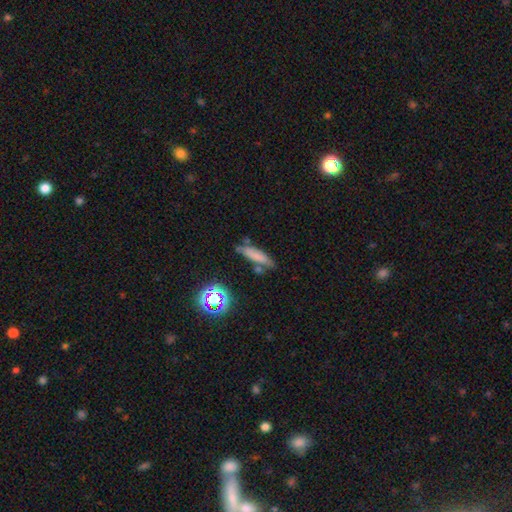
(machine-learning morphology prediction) A smooth galaxy with no disk features (70%) that is cigar-shaped (67%). Merging: none (64%).